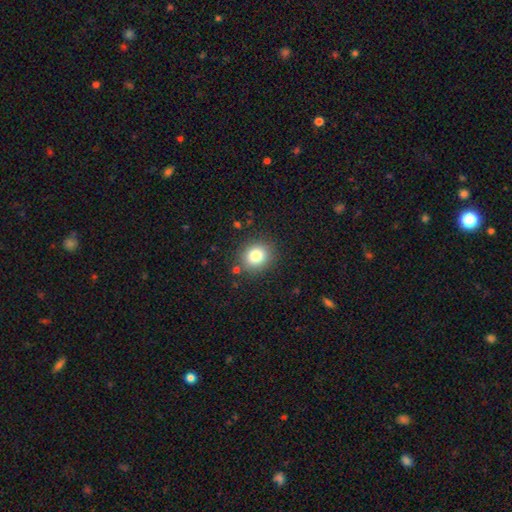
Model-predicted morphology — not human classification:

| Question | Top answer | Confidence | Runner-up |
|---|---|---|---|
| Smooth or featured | smooth | 80% | star or artifact (12%) |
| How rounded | round | 80% | in between (20%) |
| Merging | none | 86% | minor disturbance (9%) |